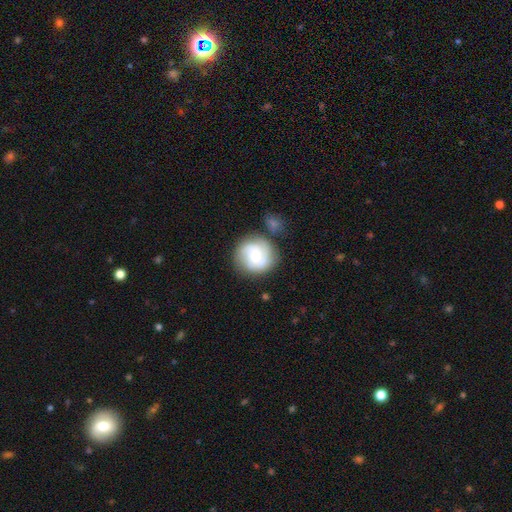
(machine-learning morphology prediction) featured or disk 53%, smooth 39%, star or artifact 7%. Down the decision tree: edge-on disk — no (98%); bar — no (68%); spiral arms — yes (85%); bulge size — moderate (51%); merging — none (71%).